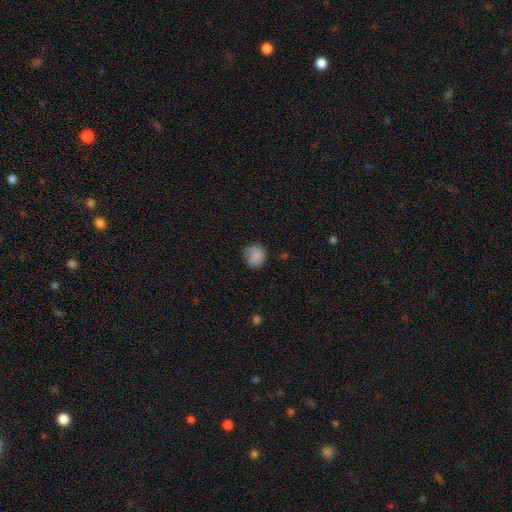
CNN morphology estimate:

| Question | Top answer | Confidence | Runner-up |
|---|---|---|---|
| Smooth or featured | smooth | 84% | star or artifact (9%) |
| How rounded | round | 81% | in between (18%) |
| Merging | none | 66% | minor disturbance (25%) |